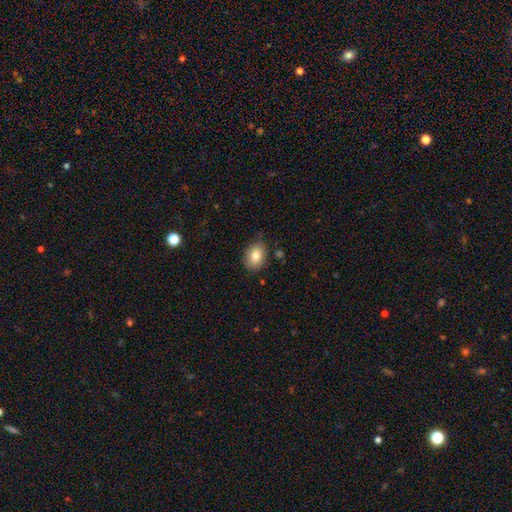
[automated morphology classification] Smooth or featured? Predicted: smooth (p=0.82). How rounded? Predicted: in between (p=0.73). Merging? Predicted: none (p=0.82).